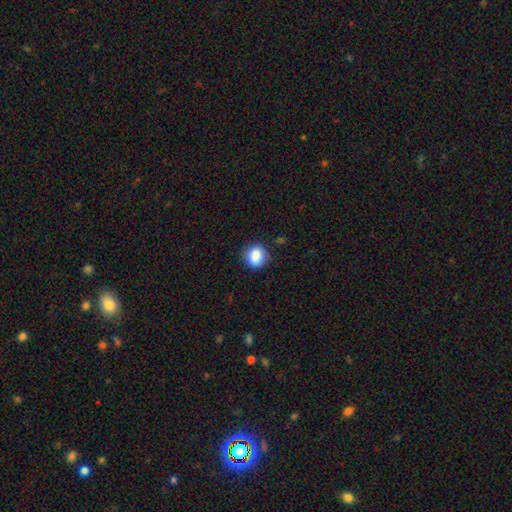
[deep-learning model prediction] A smooth galaxy with no disk features (81%) that is round (72%). Merging: none (78%).